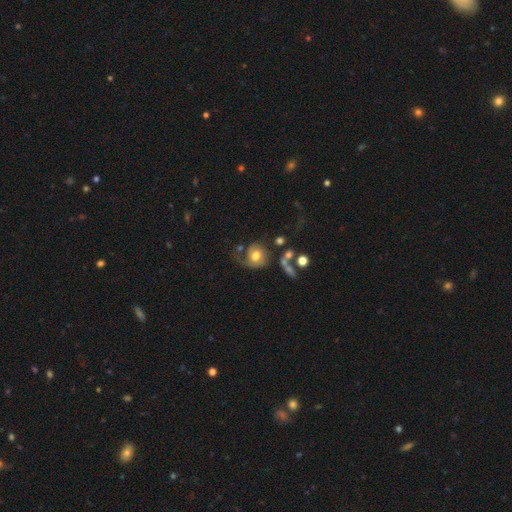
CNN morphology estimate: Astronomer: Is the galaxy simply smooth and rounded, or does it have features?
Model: smooth — 54% (runner-up: featured or disk, 37%).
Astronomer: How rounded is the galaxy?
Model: round — 78%.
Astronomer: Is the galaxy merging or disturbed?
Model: none — 38% (runner-up: major disturbance, 32%).